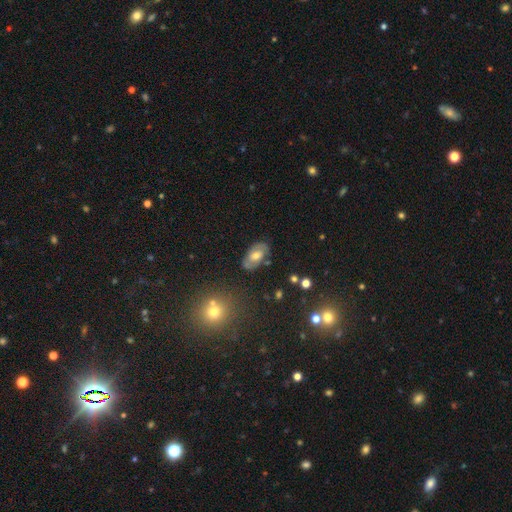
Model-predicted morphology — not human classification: type=smooth (50%); roundness=in between (91%); merging=none (74%).